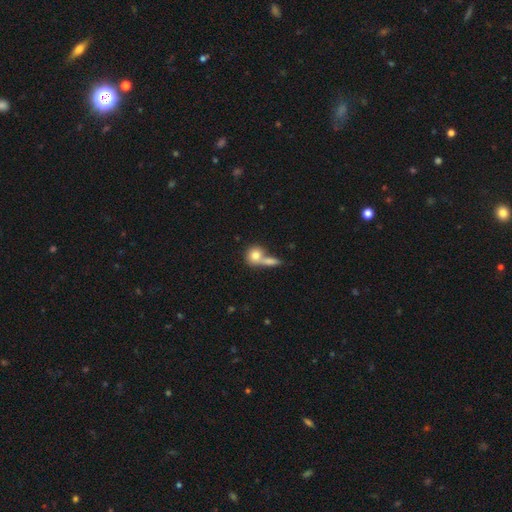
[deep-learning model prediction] Smooth or featured: smooth — 78% (featured or disk — 14%)
How rounded: round — 72% (in between — 23%)
Merging: merger — 50% (none — 36%)